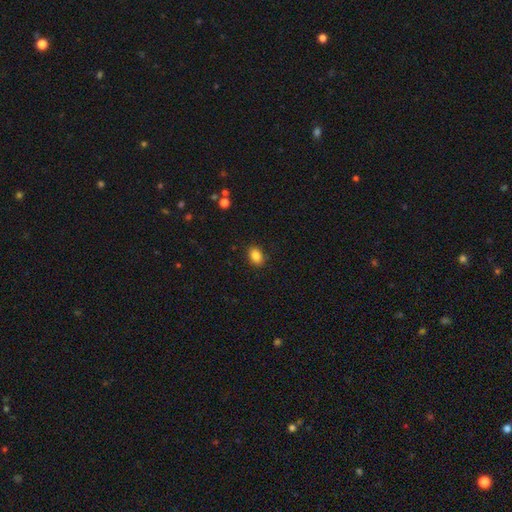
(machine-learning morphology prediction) A smooth galaxy with no disk features (86%) that is in between round and cigar-shaped (76%).

Vote fractions:
- Smooth or featured? smooth: 86% / star or artifact: 10% / featured or disk: 4%
- How rounded? in between: 76% / round: 23% / cigar-shaped: 1%
- Merging? none: 87% / minor disturbance: 9% / major disturbance: 2% / merger: 1%